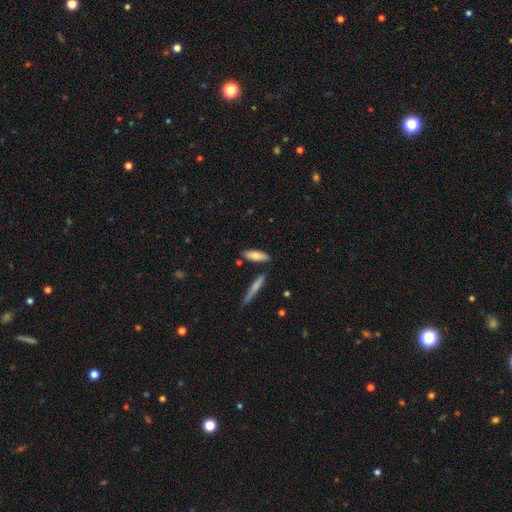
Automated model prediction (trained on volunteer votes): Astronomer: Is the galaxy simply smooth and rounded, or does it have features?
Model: smooth — 78%.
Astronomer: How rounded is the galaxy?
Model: in between — 61% (runner-up: cigar-shaped, 37%).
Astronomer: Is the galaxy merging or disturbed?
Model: none — 78%.